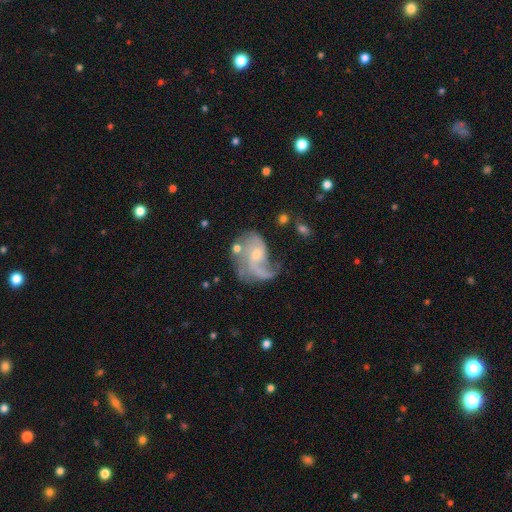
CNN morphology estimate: smooth_or_featured: featured or disk (p=0.82) [alt: smooth p=0.12]
disk_edge_on: no (p=0.97) [alt: yes p=0.03]
bar: no (p=0.57) [alt: weak p=0.35]
has_spiral_arms: yes (p=0.92) [alt: no p=0.08]
spiral_winding: loose (p=0.53) [alt: medium p=0.36]
spiral_arm_count: 2 (p=0.49) [alt: 1 p=0.34]
bulge_size: small (p=0.67) [alt: moderate p=0.24]
merging: none (p=0.36) [alt: major disturbance p=0.33]